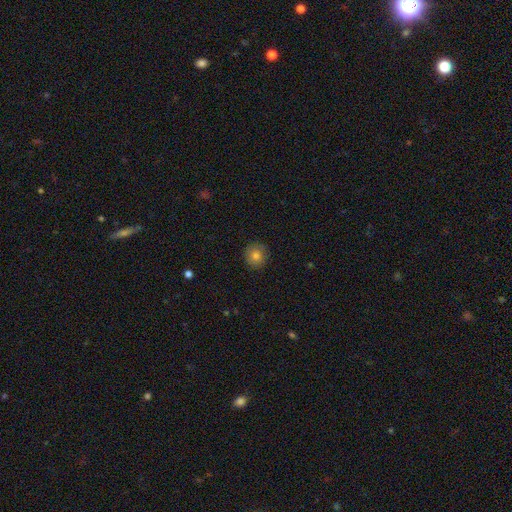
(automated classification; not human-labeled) A smooth galaxy with no disk features (80%) that is round (91%). Merging: none (90%).